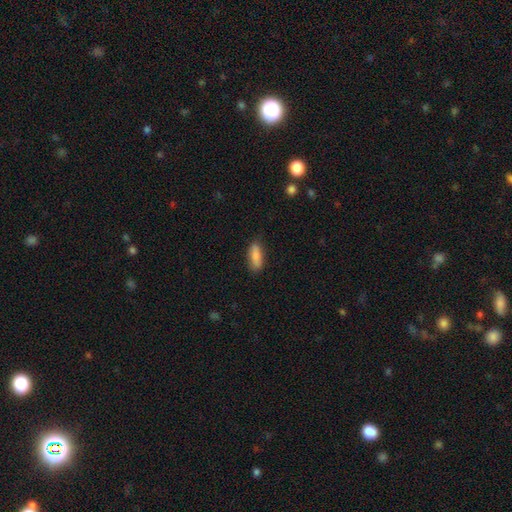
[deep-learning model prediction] This is clearly a smooth galaxy (85%). How rounded: likely in between (63%). Merging: clearly none (82%).